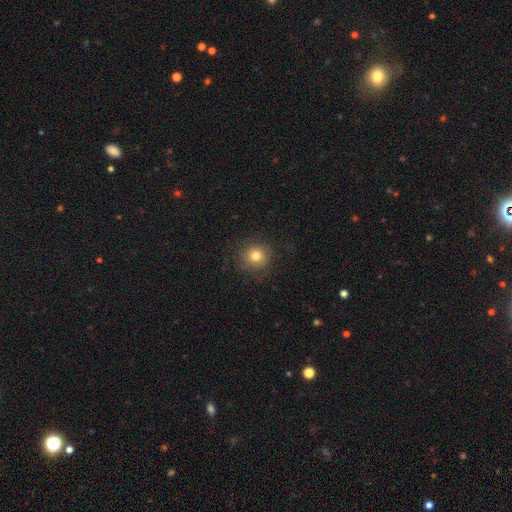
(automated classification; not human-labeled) The model was most divided on "smooth or featured": smooth: 76%, star or artifact: 13%, featured or disk: 10%. More confident: how rounded — round (92%); merging — none (84%).